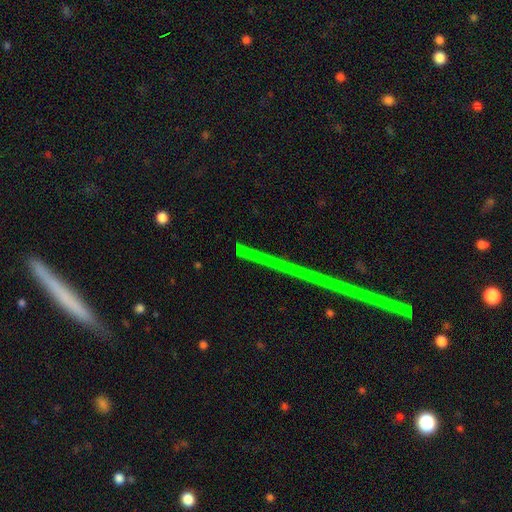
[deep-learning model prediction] star or artifact 59%, featured or disk 25%, smooth 15%.